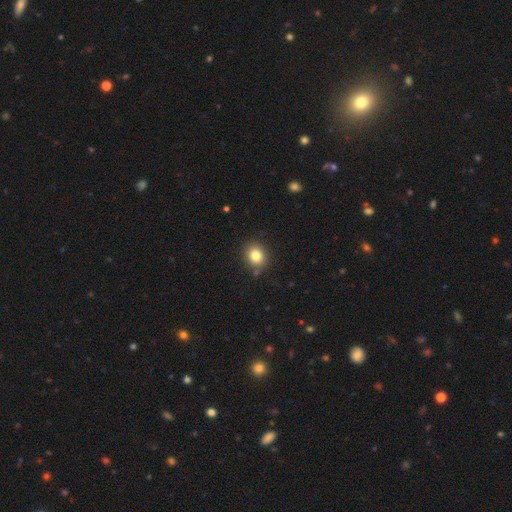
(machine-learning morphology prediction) The model was most divided on "how rounded": round: 70%, in between: 29%, cigar-shaped: 1%. More confident: merging — none (84%); smooth or featured — smooth (82%).